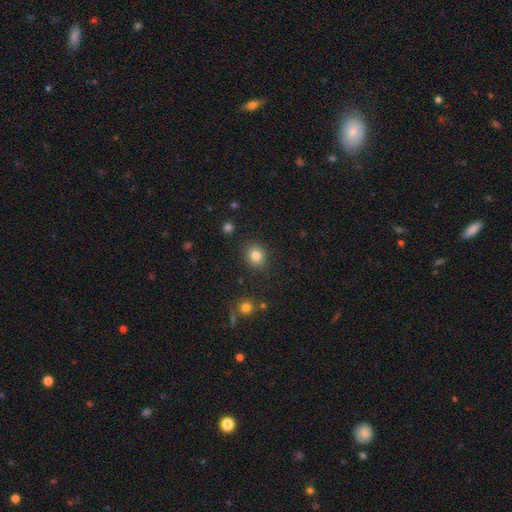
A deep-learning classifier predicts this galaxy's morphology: This is clearly a smooth galaxy (82%). How rounded: likely round (71%). Merging: clearly none (86%).